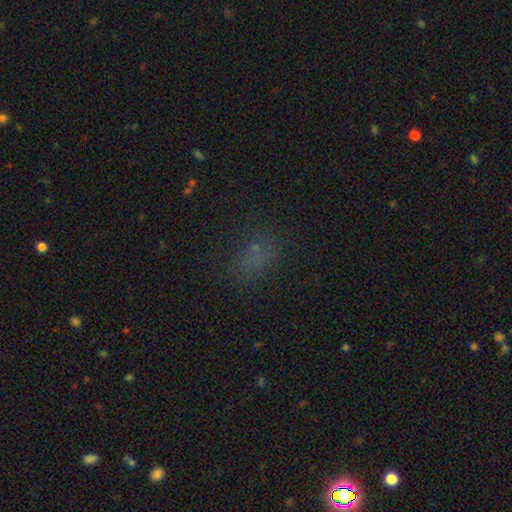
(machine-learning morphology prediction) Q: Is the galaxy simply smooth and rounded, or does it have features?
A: smooth — 61%.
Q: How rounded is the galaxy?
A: in between — 74%.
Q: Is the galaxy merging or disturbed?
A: none — 71%.